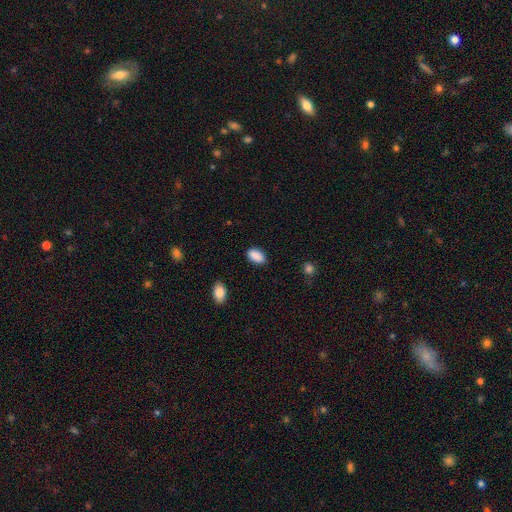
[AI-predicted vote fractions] Smooth or featured? smooth (90%)
How rounded? in between (93%)
Merging? none (85%)